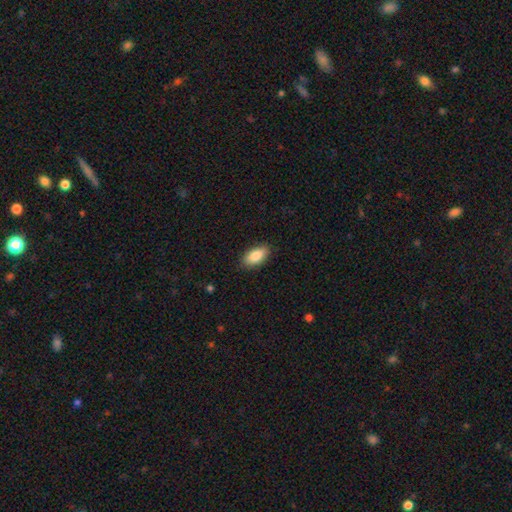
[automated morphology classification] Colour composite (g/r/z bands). It shows a smooth galaxy with no disk features (86%) that is in between round and cigar-shaped (92%). Merging: none (88%).